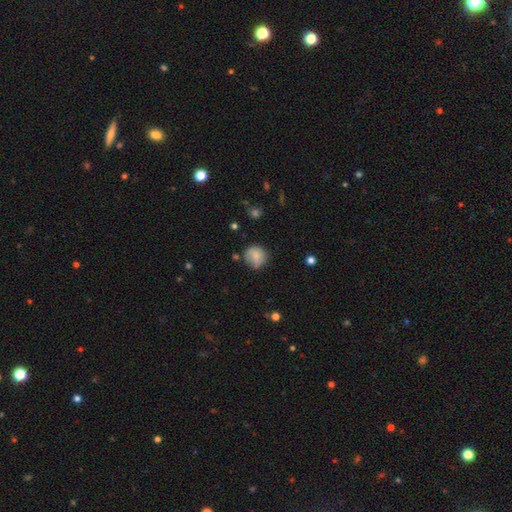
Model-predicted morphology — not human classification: A smooth galaxy with no disk features (76%) that is round (85%). Merging: none (66%).